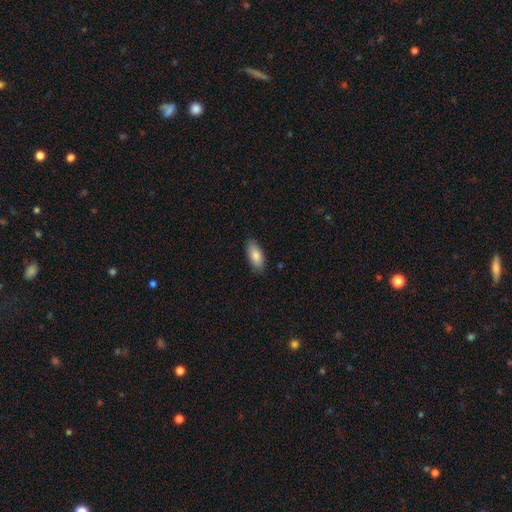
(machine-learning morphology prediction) A smooth galaxy with no disk features (84%) that is in between round and cigar-shaped (87%).

Vote fractions:
- Smooth or featured? smooth: 84% / featured or disk: 9% / star or artifact: 6%
- How rounded? in between: 87% / cigar-shaped: 11% / round: 2%
- Merging? none: 85% / minor disturbance: 12% / major disturbance: 2% / merger: 1%